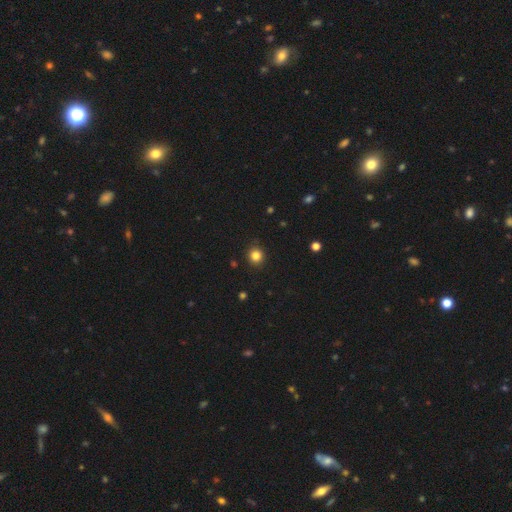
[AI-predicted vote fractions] Smooth or featured?
  - smooth: 83% *
  - star or artifact: 13%
  - featured or disk: 4%
How rounded?
  - round: 90% *
  - in between: 9%
  - cigar-shaped: 1%
Merging?
  - none: 90% *
  - minor disturbance: 7%
  - major disturbance: 2%
  - merger: 1%